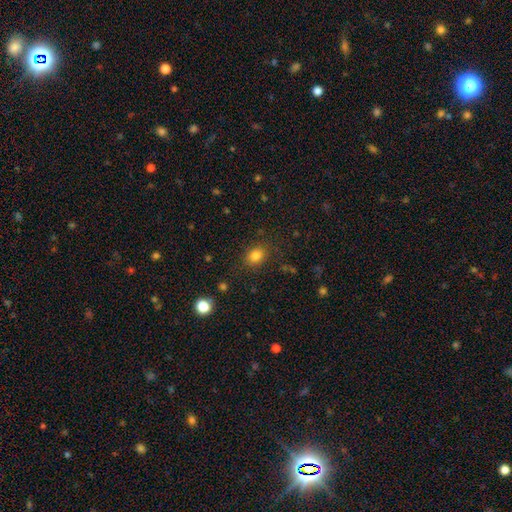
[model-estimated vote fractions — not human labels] Smooth or featured?
  - smooth: 82% *
  - star or artifact: 12%
  - featured or disk: 6%
How rounded?
  - round: 51% *
  - in between: 48%
  - cigar-shaped: 1%
Merging?
  - none: 83% *
  - minor disturbance: 12%
  - major disturbance: 4%
  - merger: 2%